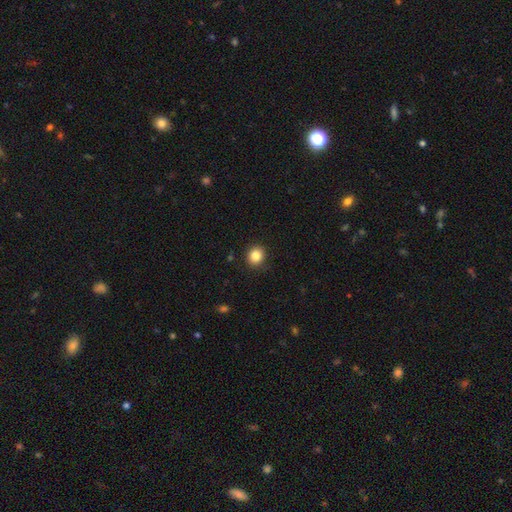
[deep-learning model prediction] A smooth galaxy with no disk features (84%) that is round (82%).

Vote fractions:
- Smooth or featured? smooth: 84% / star or artifact: 10% / featured or disk: 5%
- How rounded? round: 82% / in between: 17% / cigar-shaped: 1%
- Merging? none: 90% / minor disturbance: 7% / major disturbance: 2% / merger: 1%